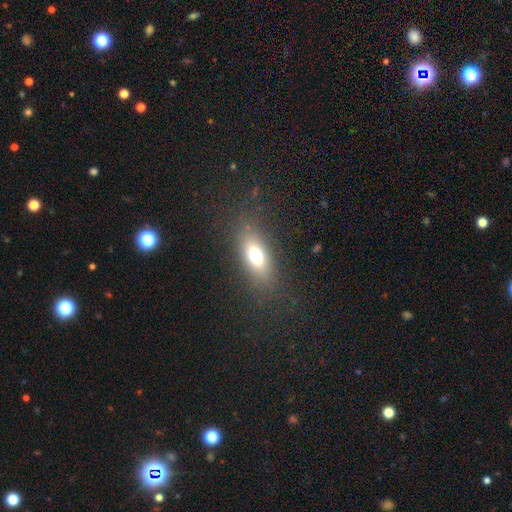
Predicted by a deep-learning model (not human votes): The model was most divided on "smooth or featured": smooth: 68%, featured or disk: 19%, star or artifact: 13%. More confident: merging — none (81%); how rounded — in between (76%).